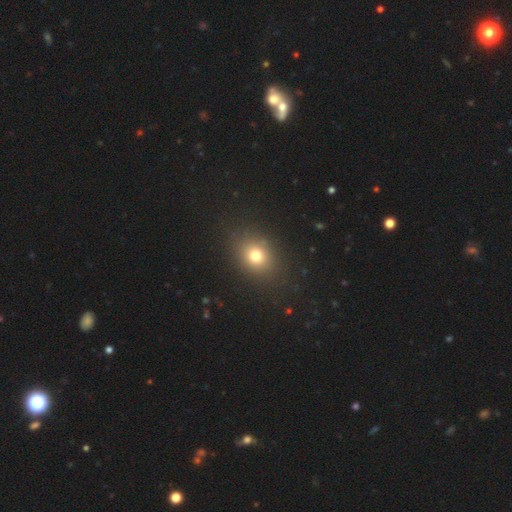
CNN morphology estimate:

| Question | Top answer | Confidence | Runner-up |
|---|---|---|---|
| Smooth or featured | smooth | 75% | star or artifact (16%) |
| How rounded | round | 55% | in between (44%) |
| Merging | none | 85% | minor disturbance (9%) |